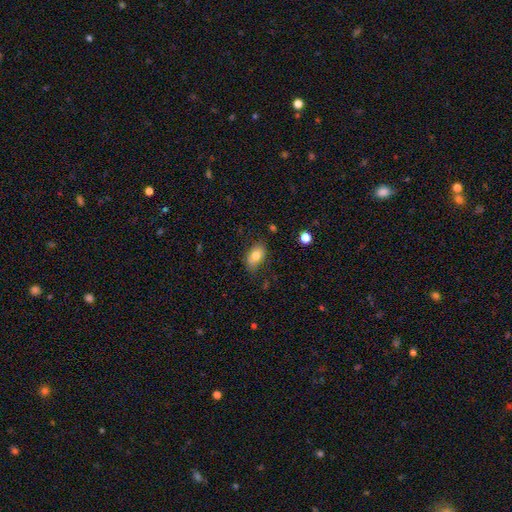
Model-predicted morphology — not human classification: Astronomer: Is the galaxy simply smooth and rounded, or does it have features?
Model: smooth — 78%.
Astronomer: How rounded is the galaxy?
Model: in between — 89%.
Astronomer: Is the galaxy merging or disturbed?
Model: none — 77%.